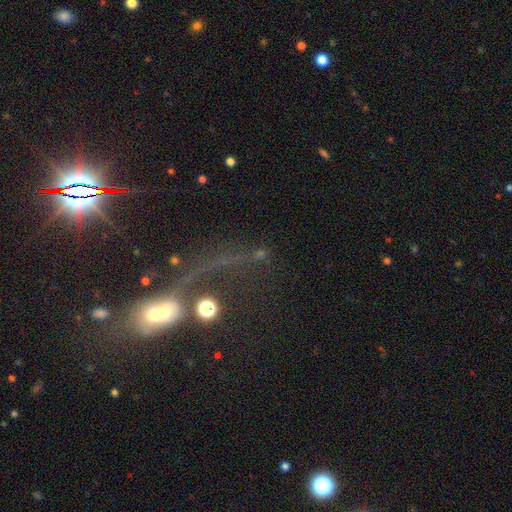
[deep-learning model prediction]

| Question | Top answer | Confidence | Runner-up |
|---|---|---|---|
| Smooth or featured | star or artifact | 37% | smooth (33%) |